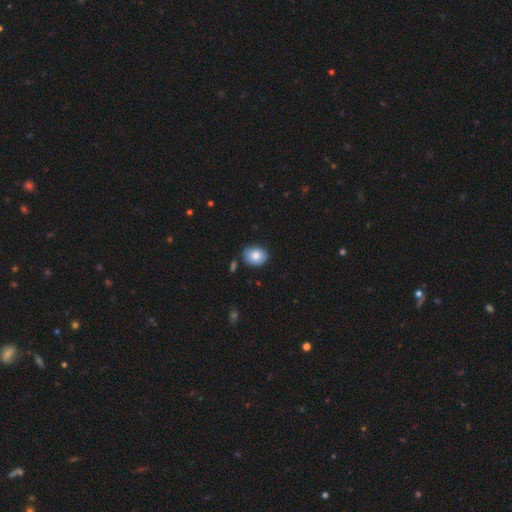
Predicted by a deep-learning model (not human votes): This is clearly a smooth galaxy (83%). How rounded: possibly in between (52%). Merging: clearly none (81%).